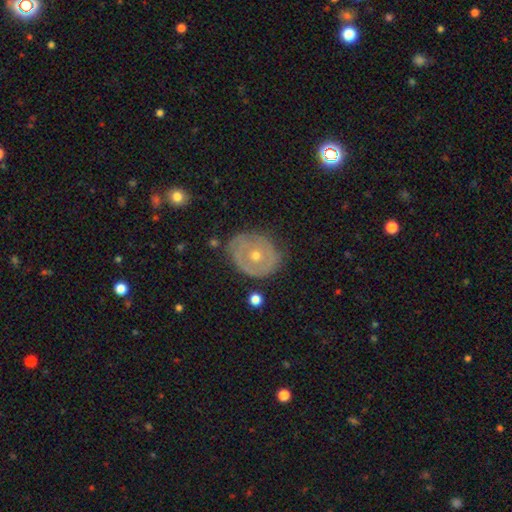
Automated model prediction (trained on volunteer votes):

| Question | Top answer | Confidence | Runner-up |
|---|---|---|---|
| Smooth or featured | featured or disk | 63% | smooth (29%) |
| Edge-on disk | no | 95% | yes (5%) |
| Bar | no | 87% | weak (10%) |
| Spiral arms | no | 58% | yes (42%) |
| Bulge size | small | 51% | moderate (46%) |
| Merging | none | 71% | minor disturbance (21%) |